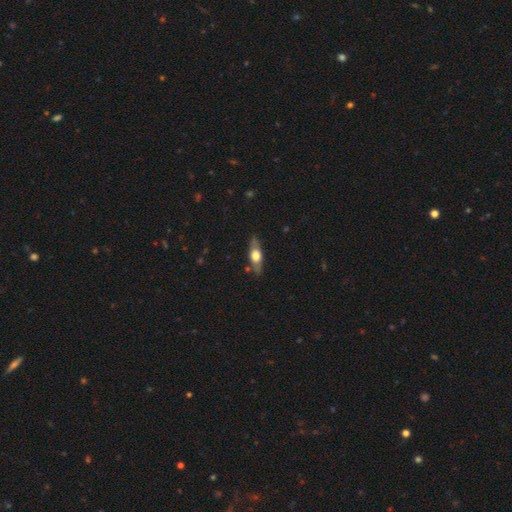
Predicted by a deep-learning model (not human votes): This appears to be a featured or disk galaxy (51%) viewed edge-on (79%). Merging: none (80%).